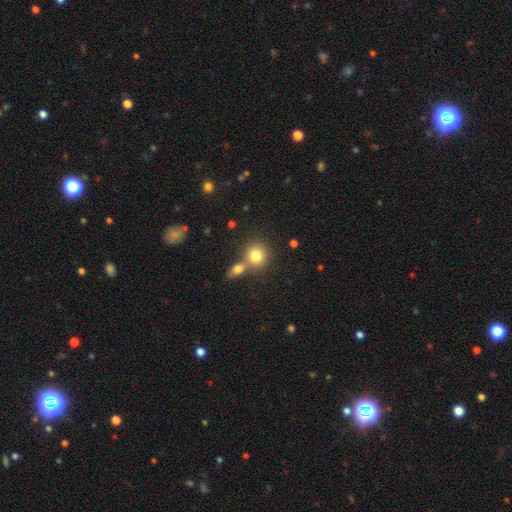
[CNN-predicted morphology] smooth-or-featured: smooth: 80% | star or artifact: 11% | featured or disk: 10%
  how-rounded: round: 81% | in between: 18% | cigar-shaped: 1%
  merging: none: 51% | merger: 38% | minor disturbance: 8% | major disturbance: 3%